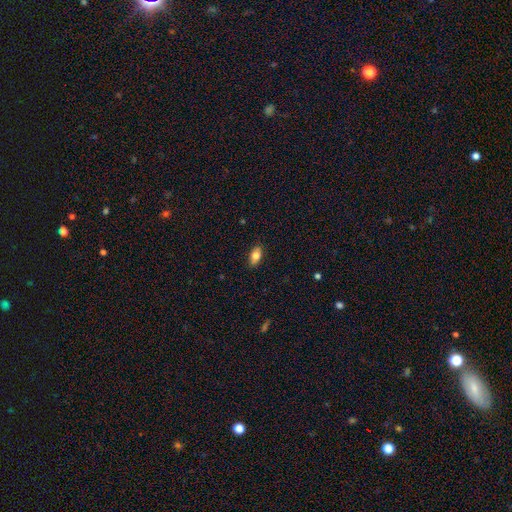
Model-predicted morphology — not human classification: smooth 79%, featured or disk 14%, star or artifact 7%. Down the decision tree: how rounded — in between (89%); merging — none (87%).